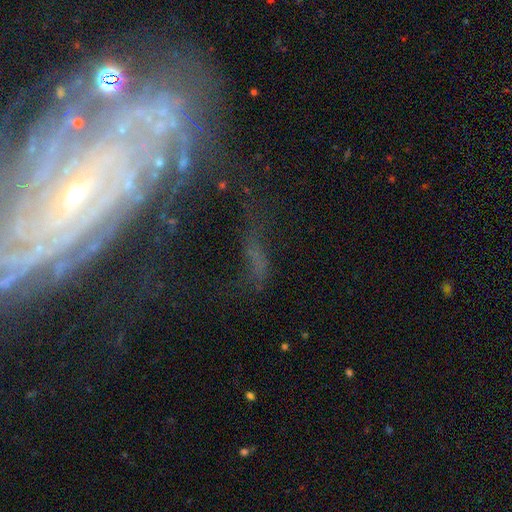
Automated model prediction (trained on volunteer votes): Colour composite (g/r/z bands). It shows a featured or disk galaxy (78%) with no bar (47%), tight (71%) spiral arms (92%) and a small central bulge (77%). Merging: none (64%).